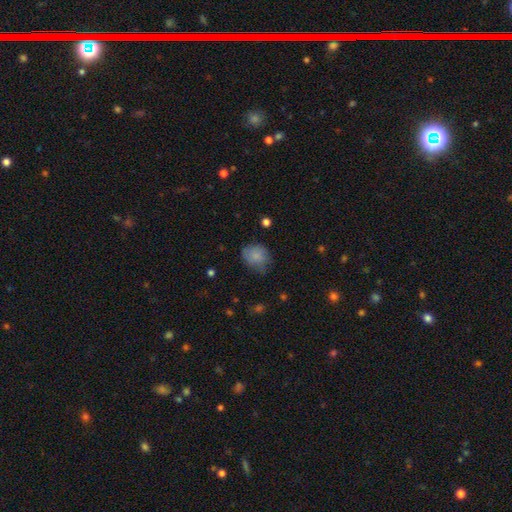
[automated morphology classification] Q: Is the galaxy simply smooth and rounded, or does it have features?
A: smooth — 81%.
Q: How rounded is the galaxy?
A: round — 65%.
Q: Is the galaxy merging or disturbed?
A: none — 58%.